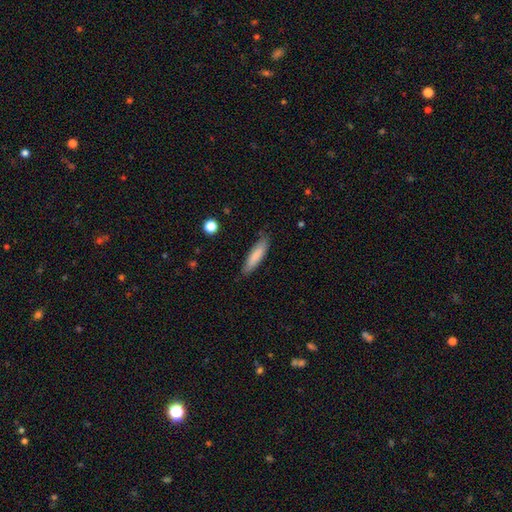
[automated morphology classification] Smooth or featured? Predicted: smooth (p=0.82). How rounded? Predicted: cigar-shaped (p=0.70). Merging? Predicted: none (p=0.81).